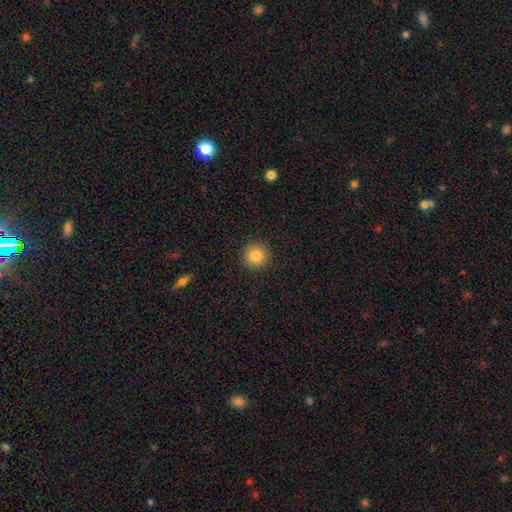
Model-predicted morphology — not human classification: A smooth galaxy with no disk features (84%) that is round (95%).

Vote fractions:
- Smooth or featured? smooth: 84% / star or artifact: 10% / featured or disk: 6%
- How rounded? round: 95% / in between: 4% / cigar-shaped: 1%
- Merging? none: 92% / minor disturbance: 5% / major disturbance: 2% / merger: 1%